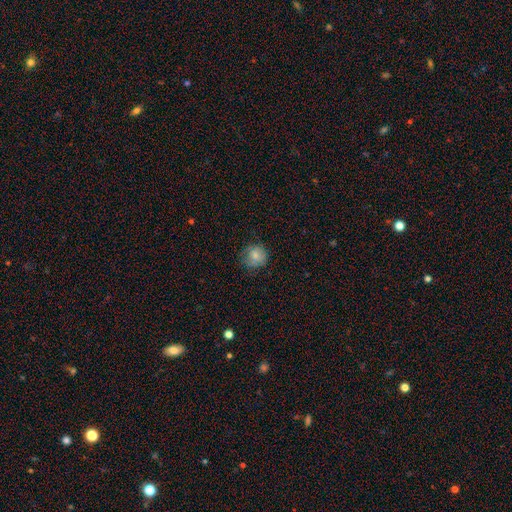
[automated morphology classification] Smooth or featured? smooth (79%)
How rounded? round (88%)
Merging? none (75%)